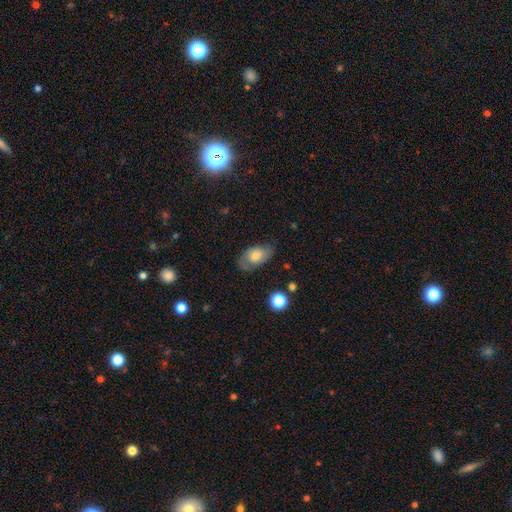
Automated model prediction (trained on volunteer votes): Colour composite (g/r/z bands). It shows a smooth galaxy with no disk features (58%) that is in between round and cigar-shaped (89%). Merging: none (63%).